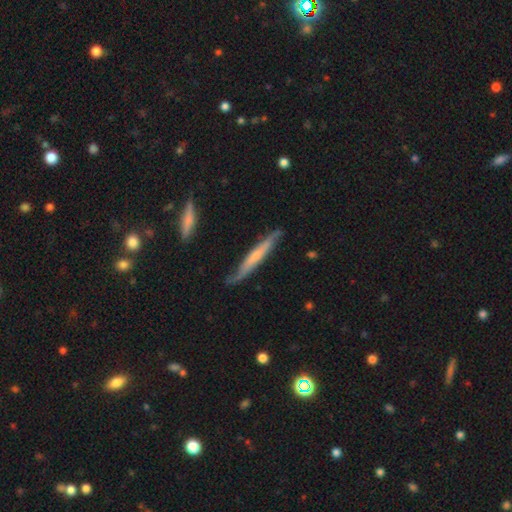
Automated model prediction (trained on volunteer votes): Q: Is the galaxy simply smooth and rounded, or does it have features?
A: featured or disk — 55%.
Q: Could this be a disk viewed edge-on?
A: yes — 80%.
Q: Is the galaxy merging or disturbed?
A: none — 71%.